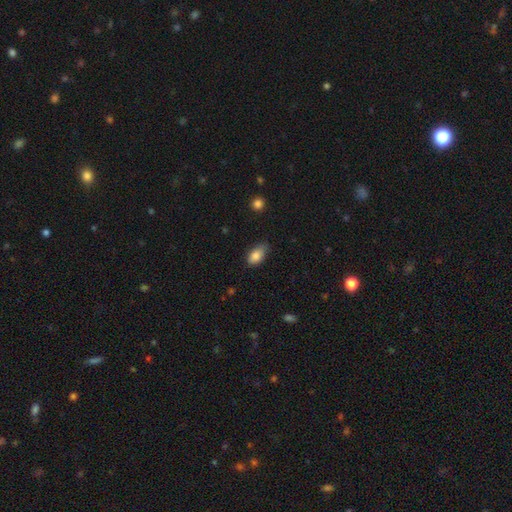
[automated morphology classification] Smooth or featured? smooth (85%)
How rounded? in between (90%)
Merging? none (62%)